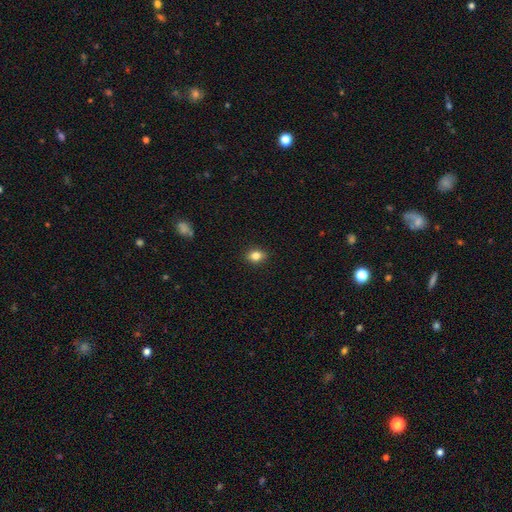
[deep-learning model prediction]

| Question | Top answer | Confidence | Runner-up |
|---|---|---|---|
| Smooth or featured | smooth | 82% | star or artifact (10%) |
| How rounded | in between | 66% | round (32%) |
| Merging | none | 89% | minor disturbance (8%) |